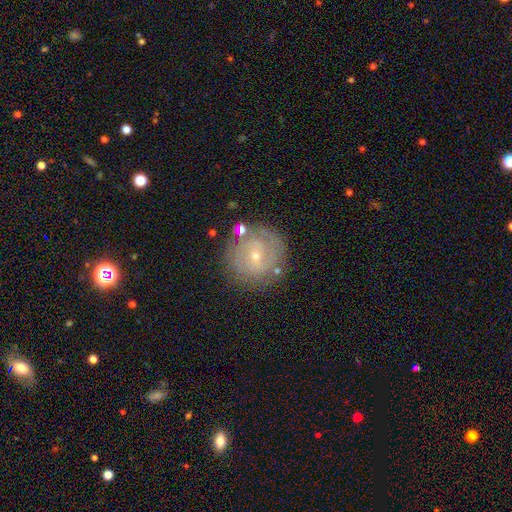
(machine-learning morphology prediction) Smooth or featured? Predicted: featured or disk (p=0.66). Edge-on disk? Predicted: no (p=0.97). Bar? Predicted: no (p=0.58). Spiral arms? Predicted: yes (p=0.80). Spiral winding? Predicted: tight (p=0.65). Spiral arm count? Predicted: 2 (p=0.44). Bulge size? Predicted: small (p=0.69). Merging? Predicted: none (p=0.79).